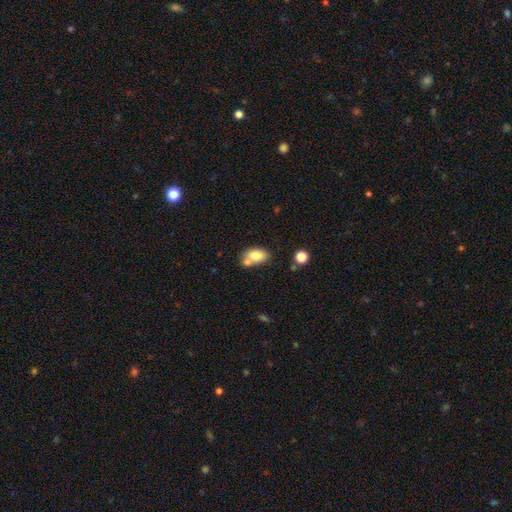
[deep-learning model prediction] Morphology: type=smooth (77%); roundness=in between (88%); merging=none (45%).